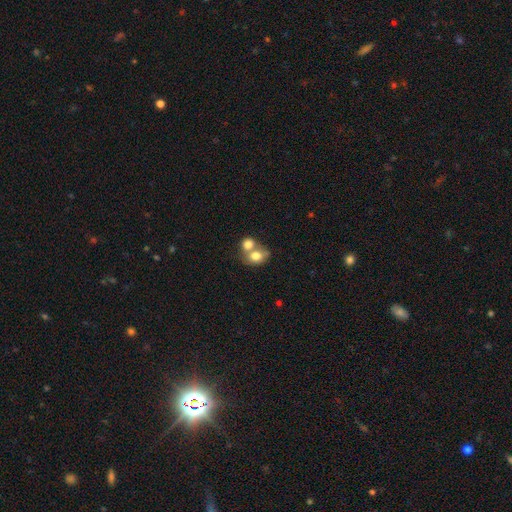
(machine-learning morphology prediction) The model was most divided on "how rounded": round: 53%, in between: 46%, cigar-shaped: 1%. More confident: smooth or featured — smooth (76%); merging — merger (62%).